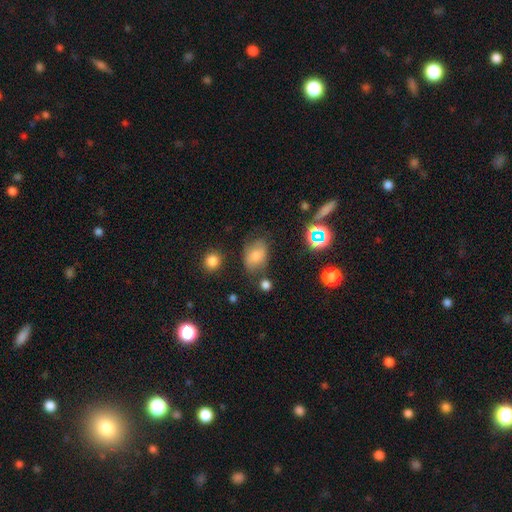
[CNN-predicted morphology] This is likely a smooth galaxy (69%). How rounded: likely in between (76%). Merging: possibly none (60%).